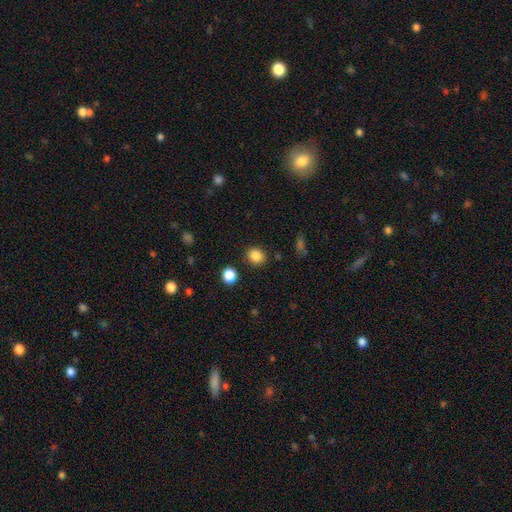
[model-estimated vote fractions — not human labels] smooth_or_featured: smooth (p=0.85) [alt: star or artifact p=0.11]
how_rounded: round (p=0.74) [alt: in between p=0.25]
merging: none (p=0.87) [alt: minor disturbance p=0.08]